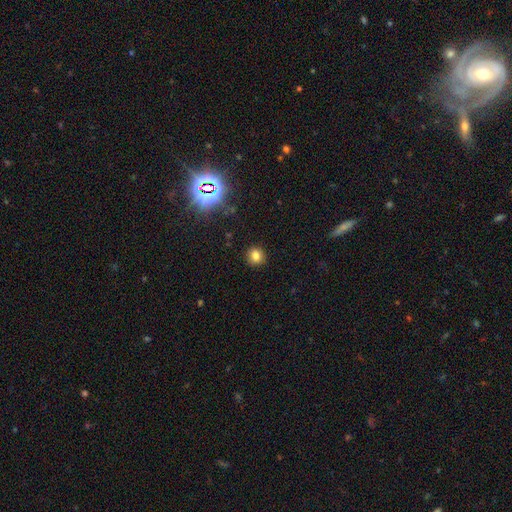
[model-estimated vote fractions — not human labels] Morphology: type=smooth (79%); roundness=round (87%); merging=none (90%).